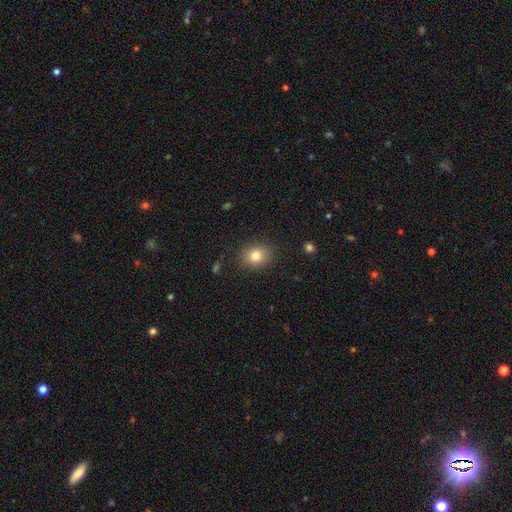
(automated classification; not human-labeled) smooth 81%, star or artifact 11%, featured or disk 8%. Down the decision tree: how rounded — round (61%); merging — none (88%).